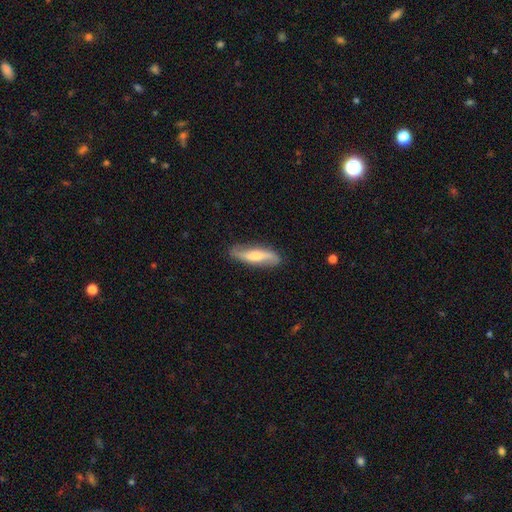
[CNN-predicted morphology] Overall: featured or disk (57%; smooth 37%). Edge-on disk: no (66%; yes 34%). Merging: none (81%).